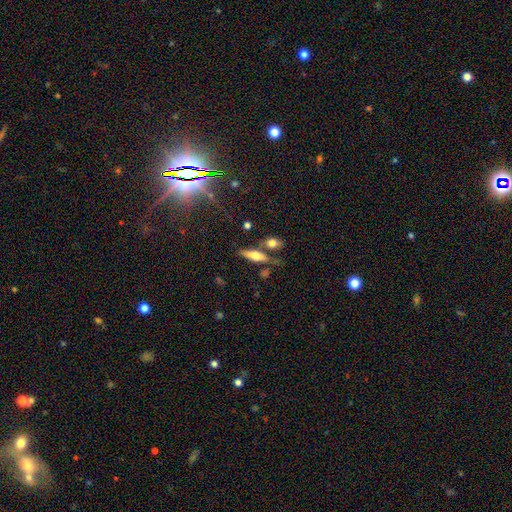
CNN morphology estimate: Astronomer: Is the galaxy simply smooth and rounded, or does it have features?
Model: smooth — 48% (runner-up: featured or disk, 44%).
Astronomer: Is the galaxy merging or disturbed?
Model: none — 63%.